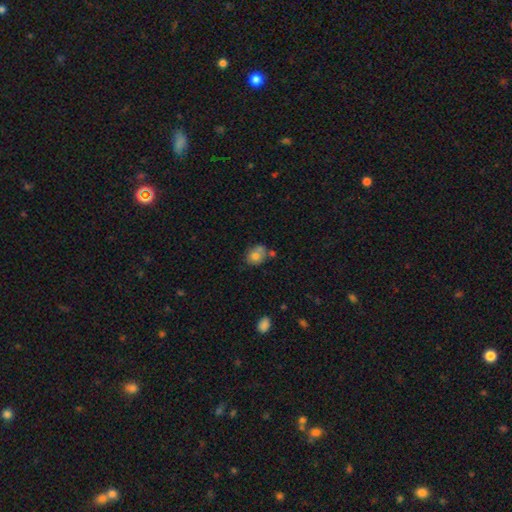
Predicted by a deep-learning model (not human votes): A smooth galaxy with no disk features (72%) that is round (55%).

Vote fractions:
- Smooth or featured? smooth: 72% / featured or disk: 18% / star or artifact: 10%
- How rounded? round: 55% / in between: 44% / cigar-shaped: 1%
- Merging? none: 48% / merger: 25% / minor disturbance: 21% / major disturbance: 7%